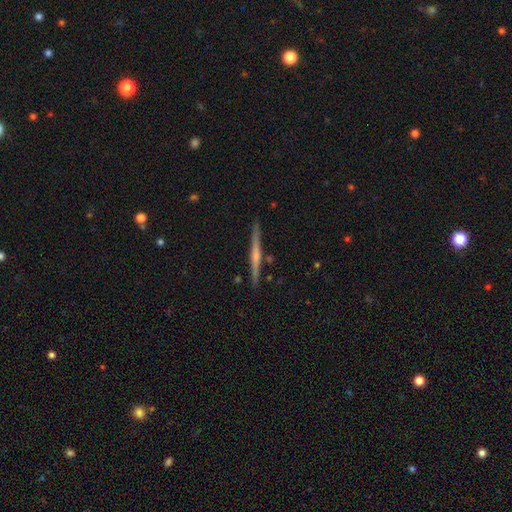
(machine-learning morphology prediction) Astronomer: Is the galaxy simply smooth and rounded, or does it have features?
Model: featured or disk — 69%.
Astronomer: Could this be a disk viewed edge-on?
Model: yes — 98%.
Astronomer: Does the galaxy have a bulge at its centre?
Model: rounded — 52% (runner-up: none, 38%).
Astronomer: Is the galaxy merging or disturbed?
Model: none — 90%.